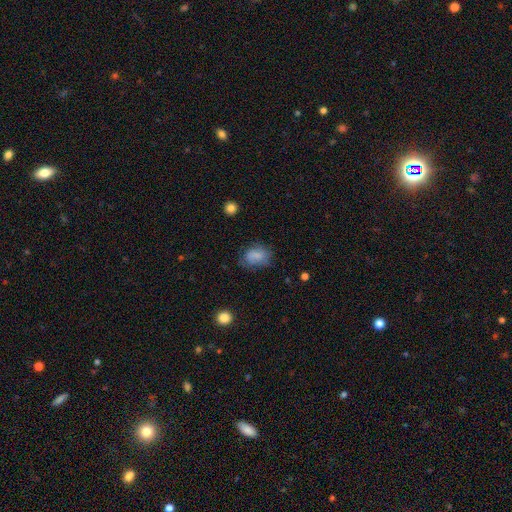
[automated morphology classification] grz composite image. It shows a smooth galaxy with no disk features (75%) that is in between round and cigar-shaped (70%). Merging: none (56%).